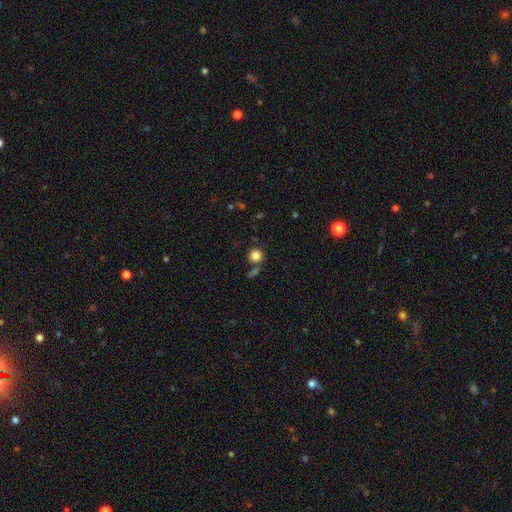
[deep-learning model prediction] A smooth galaxy with no disk features (83%) that is round (92%). Merging: none (76%).